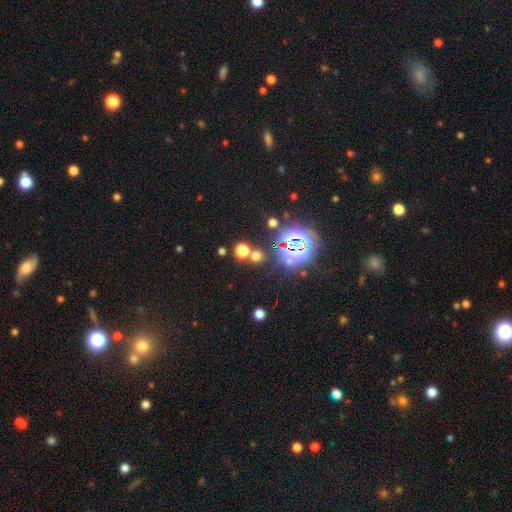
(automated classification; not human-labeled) A smooth galaxy with no disk features (52%) that is round (85%). Merging: none (73%).